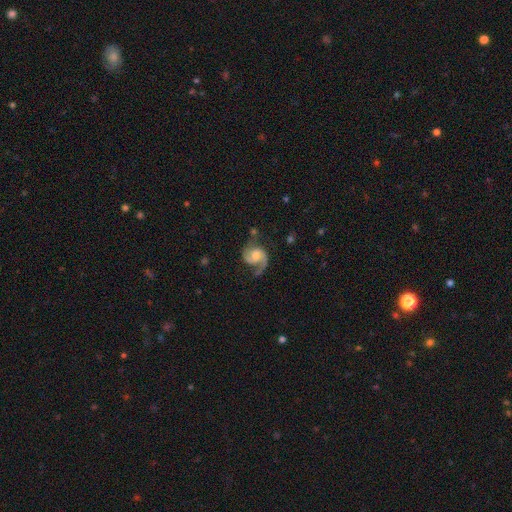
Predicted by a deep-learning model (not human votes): Smooth or featured: featured or disk — 88% (smooth — 7%)
Edge-on disk: no — 98% (yes — 2%)
Bar: no — 58% (weak — 36%)
Spiral arms: yes — 98% (no — 2%)
Spiral winding: medium — 54% (loose — 26%)
Spiral arm count: 2 — 82% (1 — 13%)
Bulge size: moderate — 47% (small — 29%)
Merging: none — 63% (minor disturbance — 20%)